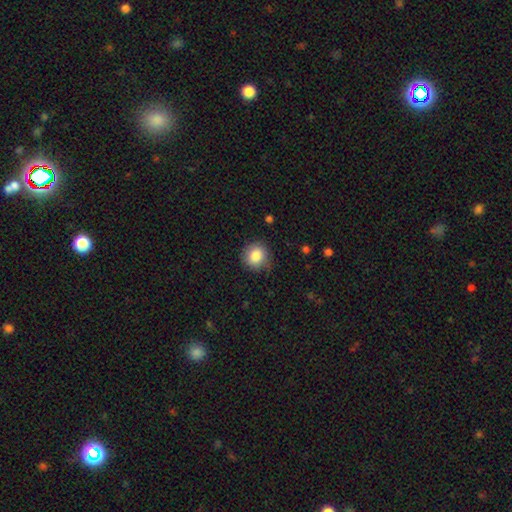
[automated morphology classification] smooth 85%, star or artifact 9%, featured or disk 6%. Down the decision tree: how rounded — round (88%); merging — none (81%).